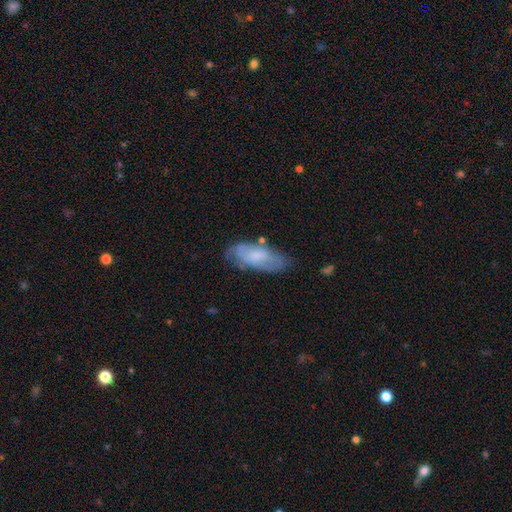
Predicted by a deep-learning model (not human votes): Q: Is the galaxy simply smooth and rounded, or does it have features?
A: smooth — 59%.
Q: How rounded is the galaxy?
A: in between — 80%.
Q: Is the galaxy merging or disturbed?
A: none — 62%.